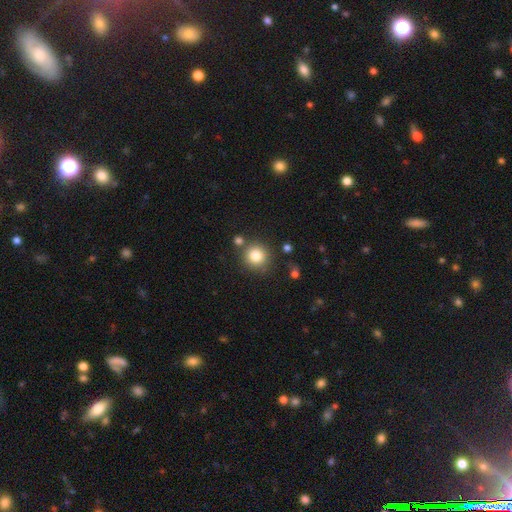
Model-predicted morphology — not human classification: Smooth or featured: smooth — 82% (star or artifact — 11%)
How rounded: round — 92% (in between — 7%)
Merging: none — 79% (minor disturbance — 9%)